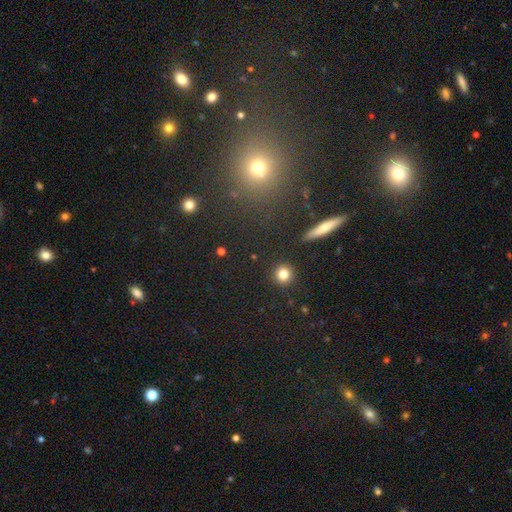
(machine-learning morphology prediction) star or artifact 46%, smooth 44%, featured or disk 10%.